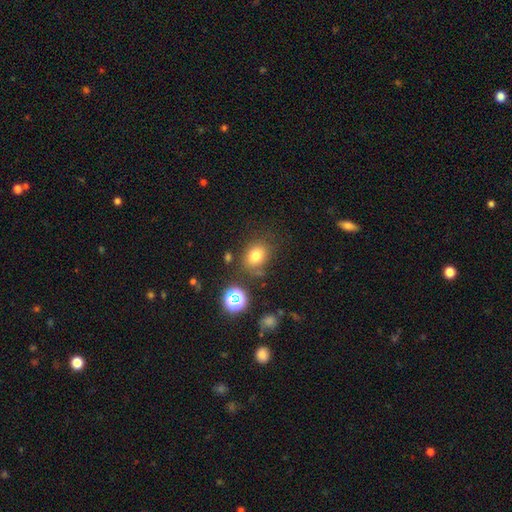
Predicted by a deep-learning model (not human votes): A smooth galaxy with no disk features (74%) that is in between round and cigar-shaped (50%).

Vote fractions:
- Smooth or featured? smooth: 74% / star or artifact: 17% / featured or disk: 9%
- How rounded? in between: 50% / round: 49% / cigar-shaped: 1%
- Merging? none: 72% / minor disturbance: 15% / merger: 7% / major disturbance: 6%